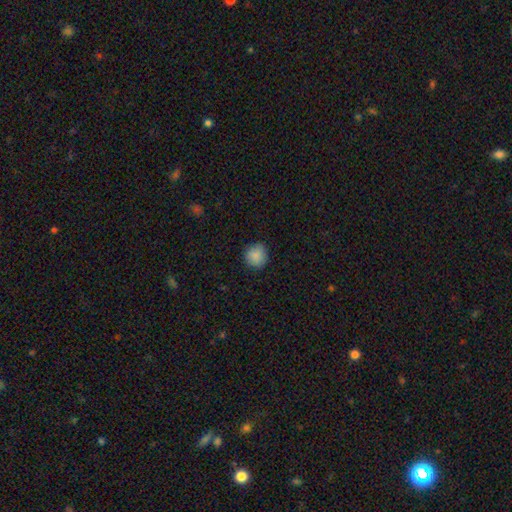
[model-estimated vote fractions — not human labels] This appears to be a smooth galaxy with no disk features (88%) that is round (90%). Merging: none (87%).